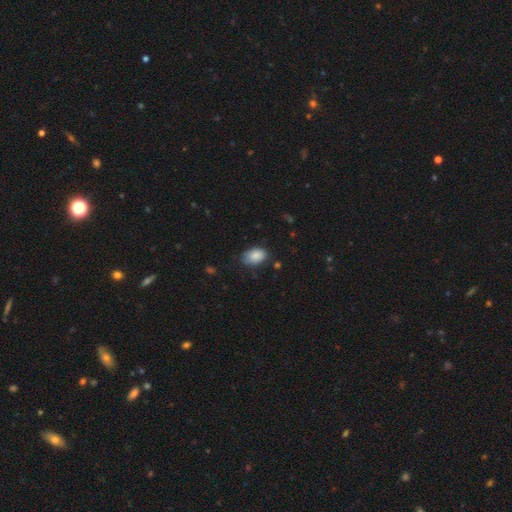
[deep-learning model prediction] Smooth or featured?
  - smooth: 87% *
  - star or artifact: 7%
  - featured or disk: 6%
How rounded?
  - in between: 87% *
  - round: 12%
  - cigar-shaped: 1%
Merging?
  - none: 73% *
  - minor disturbance: 22%
  - major disturbance: 4%
  - merger: 2%